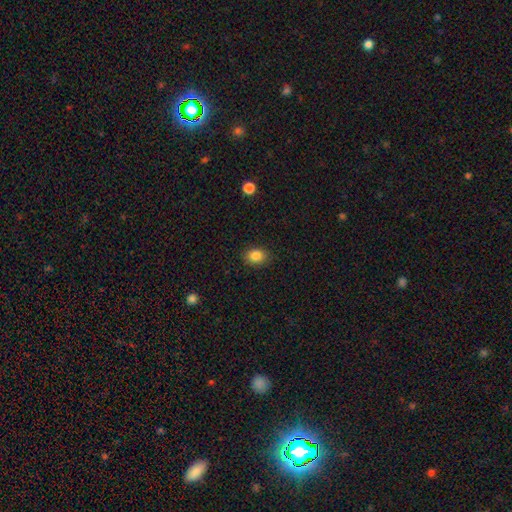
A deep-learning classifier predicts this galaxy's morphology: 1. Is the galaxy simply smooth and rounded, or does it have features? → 85% smooth, 10% star or artifact, 5% featured or disk.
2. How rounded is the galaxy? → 59% in between, 40% round, 1% cigar-shaped.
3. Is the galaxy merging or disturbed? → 87% none, 10% minor disturbance, 2% major disturbance, 1% merger.